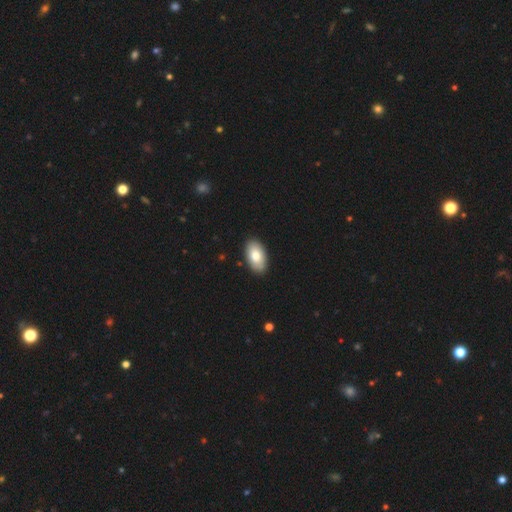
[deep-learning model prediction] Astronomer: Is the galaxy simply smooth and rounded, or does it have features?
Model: smooth — 80%.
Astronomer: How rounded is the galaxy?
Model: in between — 95%.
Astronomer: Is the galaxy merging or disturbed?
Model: none — 90%.